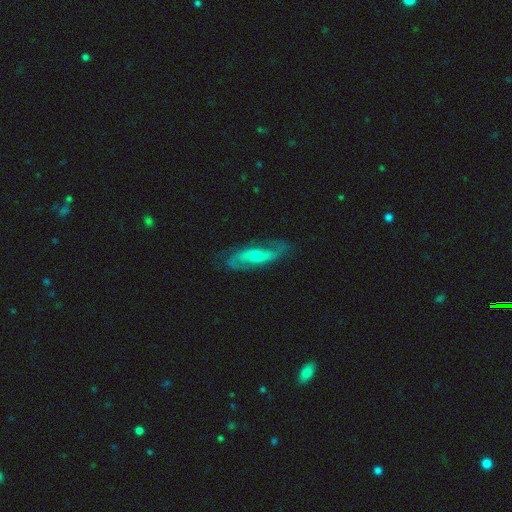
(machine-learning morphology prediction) This is likely a featured or disk galaxy (79%). It is clearly not viewed edge-on (87%). Bar: possibly no (49%). Spiral arm pattern: clearly yes (93%). Spiral arm count: clearly 2 (85%). Spiral winding: possibly medium (47%). Central bulge: possibly moderate (48%). Merging: likely none (75%).